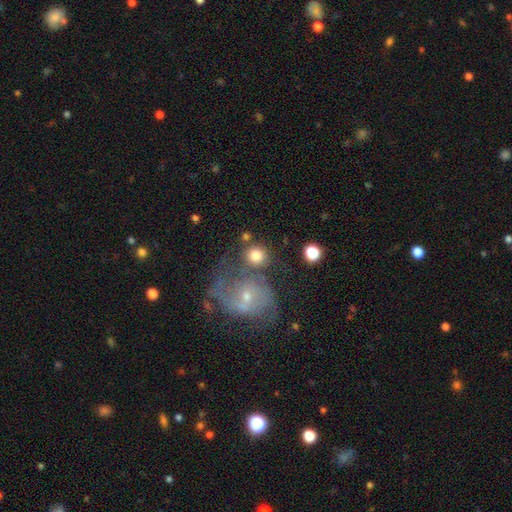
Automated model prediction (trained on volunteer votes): A smooth galaxy with no disk features (77%) that is round (87%).

Vote fractions:
- Smooth or featured? smooth: 77% / featured or disk: 15% / star or artifact: 8%
- How rounded? round: 87% / in between: 11% / cigar-shaped: 1%
- Merging? none: 57% / merger: 23% / minor disturbance: 12% / major disturbance: 8%